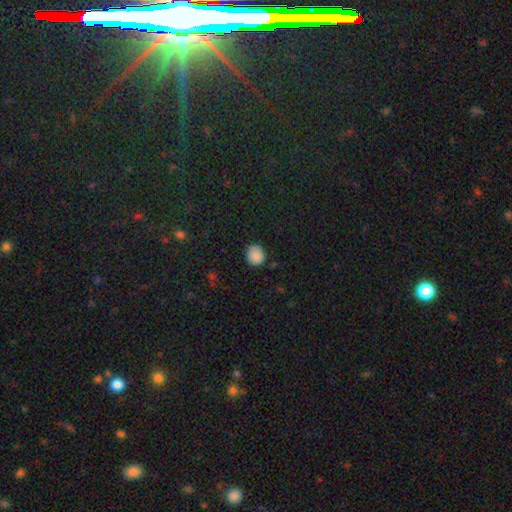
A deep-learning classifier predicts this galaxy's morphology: The model was most divided on "how rounded": round: 80%, in between: 19%, cigar-shaped: 1%. More confident: smooth or featured — smooth (87%); merging — none (84%).